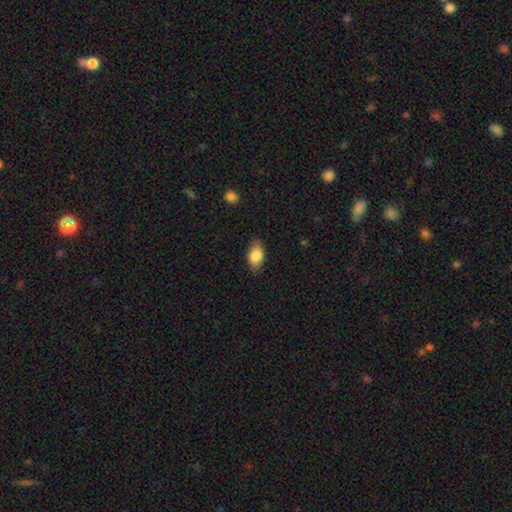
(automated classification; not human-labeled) Smooth or featured?
  - smooth: 85% *
  - featured or disk: 8%
  - star or artifact: 7%
How rounded?
  - in between: 90% *
  - round: 7%
  - cigar-shaped: 3%
Merging?
  - none: 81% *
  - minor disturbance: 15%
  - major disturbance: 3%
  - merger: 1%